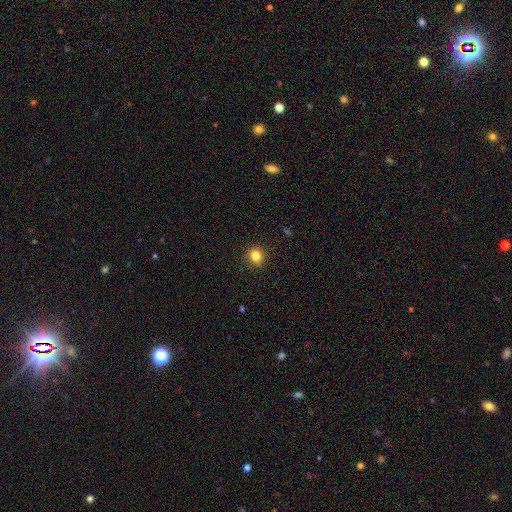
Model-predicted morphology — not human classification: Smooth or featured: smooth — 83% (star or artifact — 12%)
How rounded: round — 77% (in between — 22%)
Merging: none — 87% (minor disturbance — 10%)